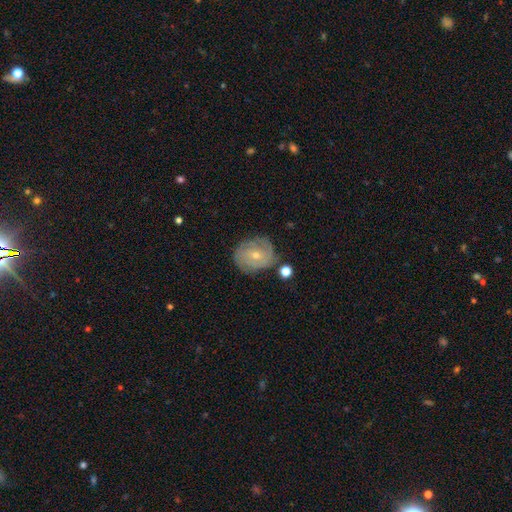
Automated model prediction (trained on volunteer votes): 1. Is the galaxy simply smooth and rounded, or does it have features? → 63% featured or disk, 28% smooth, 8% star or artifact.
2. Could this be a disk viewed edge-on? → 97% no, 3% yes.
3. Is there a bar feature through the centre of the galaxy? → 68% no, 27% weak, 5% strong.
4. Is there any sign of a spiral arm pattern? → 81% yes, 19% no.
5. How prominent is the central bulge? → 60% small, 37% moderate, 1% none, 1% large, 1% dominant.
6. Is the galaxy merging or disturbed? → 68% none, 21% minor disturbance, 7% major disturbance, 4% merger.